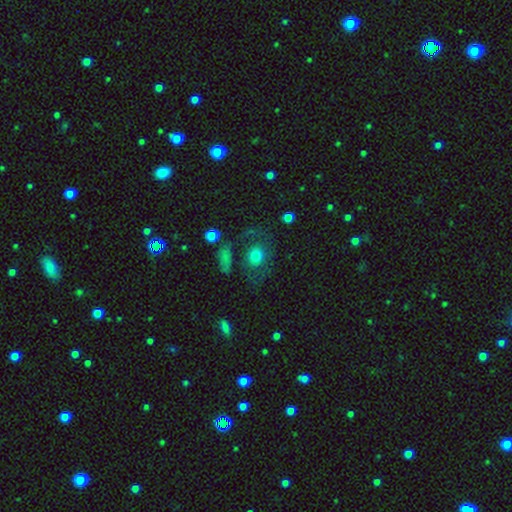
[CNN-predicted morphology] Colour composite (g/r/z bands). It shows a smooth galaxy with no disk features (49%). Merging: none (59%).